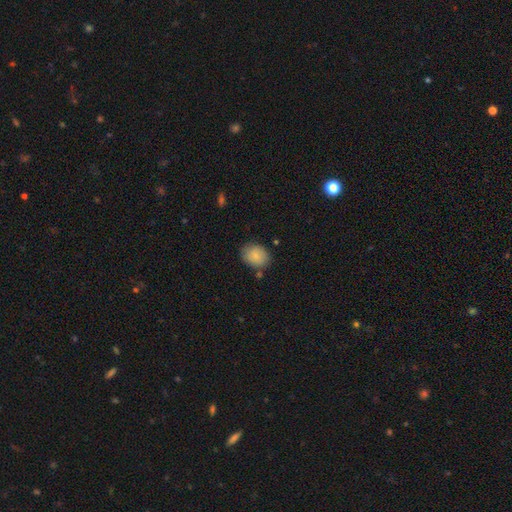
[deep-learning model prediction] This appears to be a smooth galaxy with no disk features (86%) that is in between round and cigar-shaped (51%). Merging: none (78%).